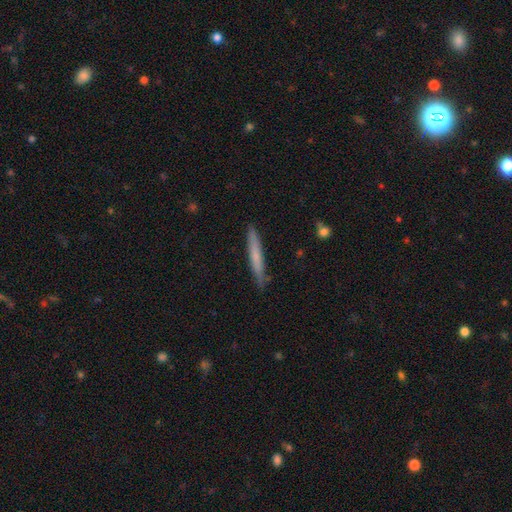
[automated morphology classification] Smooth or featured? Predicted: smooth (p=0.62). How rounded? Predicted: cigar-shaped (p=0.96). Merging? Predicted: none (p=0.87).